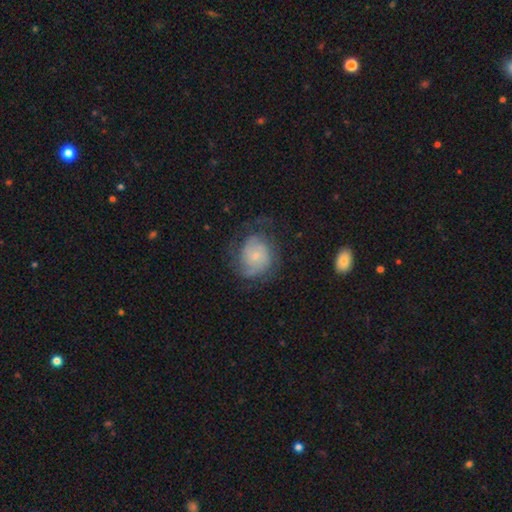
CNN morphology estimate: Smooth or featured?
  - featured or disk: 66% *
  - smooth: 27%
  - star or artifact: 7%
Edge-on disk?
  - no: 98% *
  - yes: 2%
Bar?
  - no: 75% *
  - weak: 22%
  - strong: 3%
Spiral arms?
  - yes: 89% *
  - no: 11%
Spiral winding?
  - tight: 50% *
  - medium: 35%
  - loose: 15%
Spiral arm count?
  - can't tell: 34% *
  - 2: 33%
  - 3: 17%
  - 1: 7%
  - 4: 6%
  - more than 4: 4%
Bulge size?
  - small: 72% *
  - moderate: 19%
  - none: 5%
  - large: 2%
  - dominant: 1%
Merging?
  - none: 57% *
  - minor disturbance: 22%
  - major disturbance: 19%
  - merger: 2%